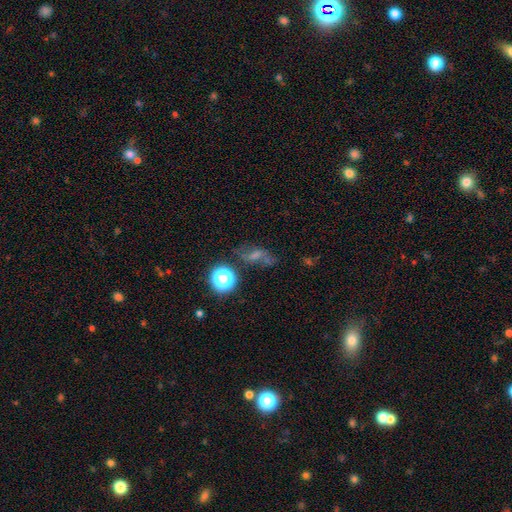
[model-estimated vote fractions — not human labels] This appears to be a smooth galaxy with no disk features (43%). Merging: none (55%).